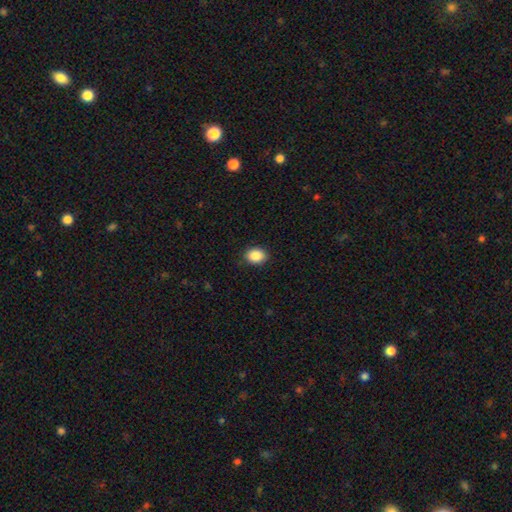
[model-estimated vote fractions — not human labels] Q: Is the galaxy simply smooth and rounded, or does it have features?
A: smooth — 88%.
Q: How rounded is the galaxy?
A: in between — 61%.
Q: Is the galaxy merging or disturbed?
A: none — 89%.